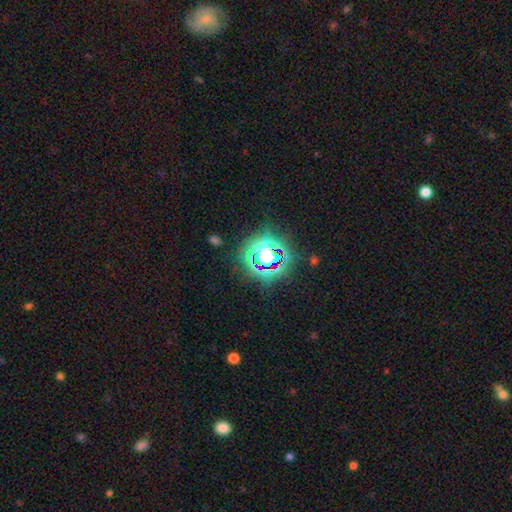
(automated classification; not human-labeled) Overall: star or artifact (80%).